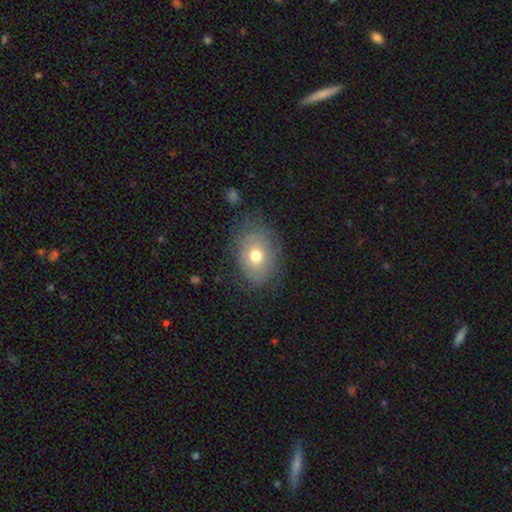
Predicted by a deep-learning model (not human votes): smooth 62%, featured or disk 29%, star or artifact 9%. Down the decision tree: how rounded — in between (71%); merging — none (70%).